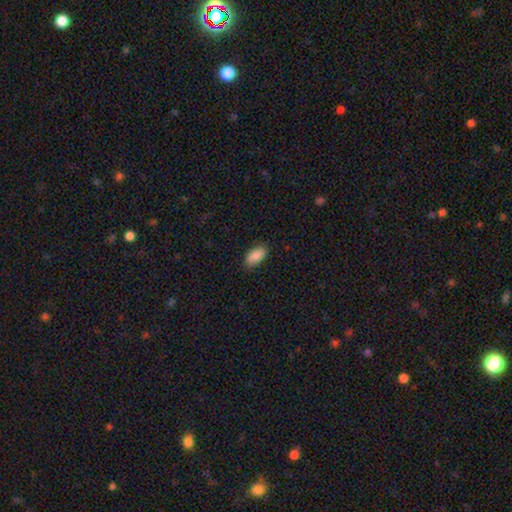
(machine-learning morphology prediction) A smooth galaxy with no disk features (89%) that is in between round and cigar-shaped (93%).

Vote fractions:
- Smooth or featured? smooth: 89% / star or artifact: 7% / featured or disk: 5%
- How rounded? in between: 93% / cigar-shaped: 4% / round: 3%
- Merging? none: 85% / minor disturbance: 11% / major disturbance: 2% / merger: 1%